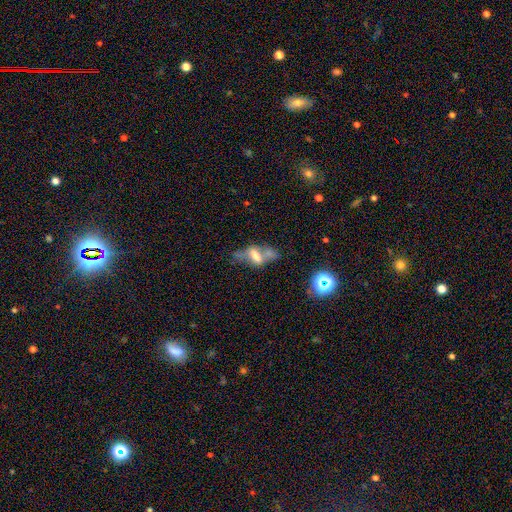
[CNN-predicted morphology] type=featured or disk (48%); merging=none (33%).